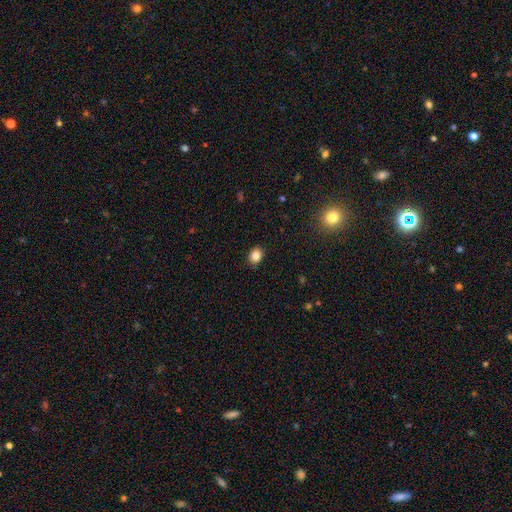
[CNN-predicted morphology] Smooth or featured?
  - smooth: 85% *
  - star or artifact: 10%
  - featured or disk: 5%
How rounded?
  - in between: 51% *
  - round: 48%
  - cigar-shaped: 1%
Merging?
  - none: 88% *
  - minor disturbance: 9%
  - major disturbance: 2%
  - merger: 1%